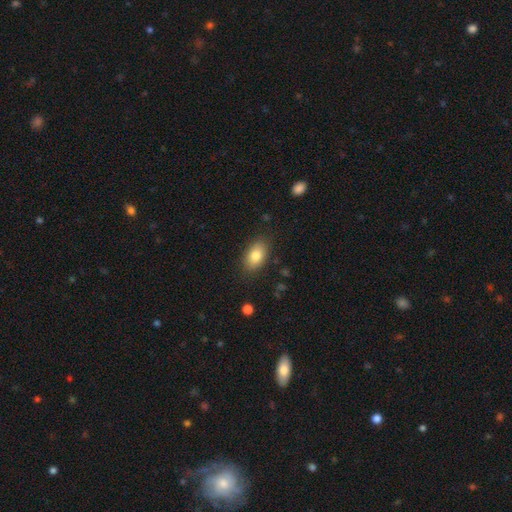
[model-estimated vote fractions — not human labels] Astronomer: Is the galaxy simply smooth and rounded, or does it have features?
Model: smooth — 82%.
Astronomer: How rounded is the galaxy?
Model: in between — 90%.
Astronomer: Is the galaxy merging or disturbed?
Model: none — 84%.